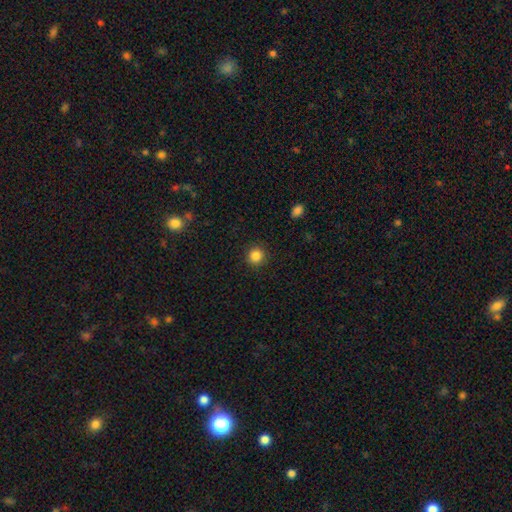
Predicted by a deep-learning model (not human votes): Morphology: type=smooth (85%); roundness=round (93%); merging=none (91%).